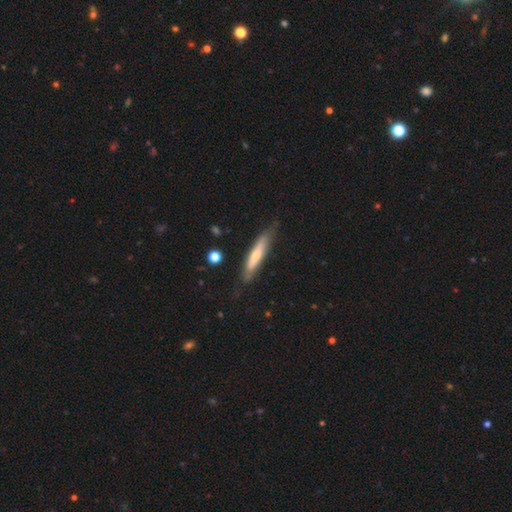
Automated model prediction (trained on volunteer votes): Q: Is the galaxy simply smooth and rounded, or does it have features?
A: smooth — 57%.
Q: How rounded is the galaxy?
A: cigar-shaped — 88%.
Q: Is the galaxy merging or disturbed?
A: none — 72%.